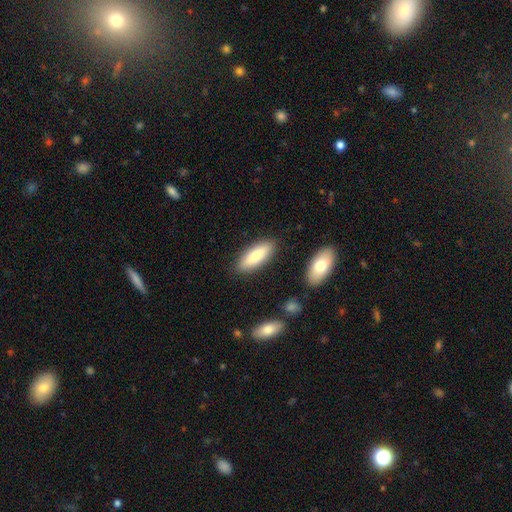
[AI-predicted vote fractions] The model was most divided on "how rounded": in between: 65%, cigar-shaped: 34%, round: 2%. More confident: merging — none (84%); smooth or featured — smooth (79%).